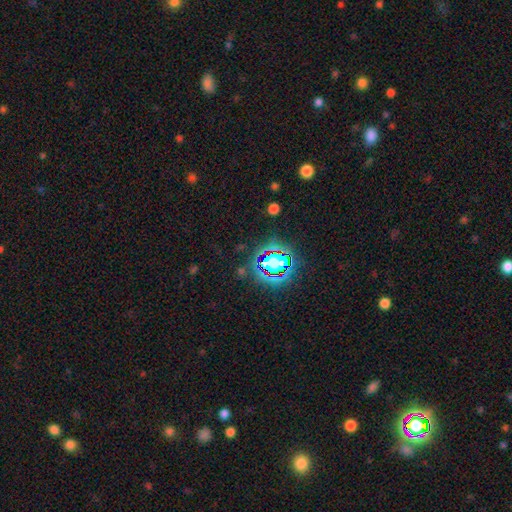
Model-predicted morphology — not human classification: The model was most divided on "smooth or featured": star or artifact: 80%, smooth: 13%, featured or disk: 8%.